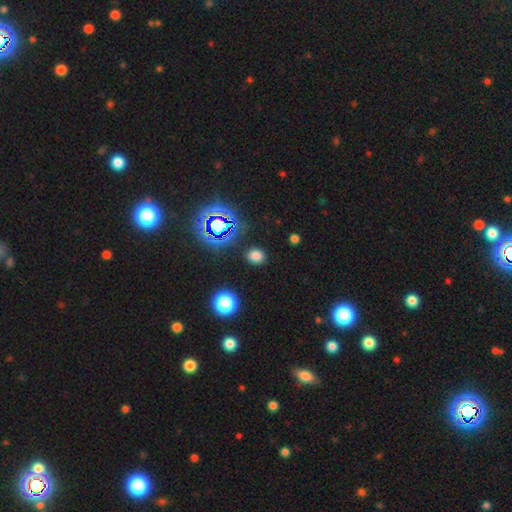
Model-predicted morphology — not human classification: smooth_or_featured: smooth (p=0.73) [alt: star or artifact p=0.22]
how_rounded: round (p=0.59) [alt: in between p=0.40]
merging: none (p=0.87) [alt: minor disturbance p=0.08]